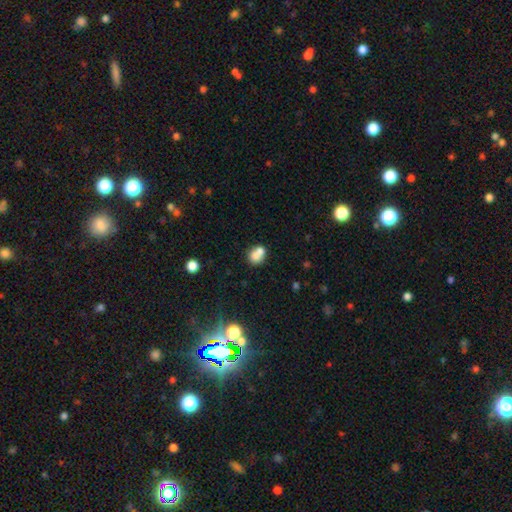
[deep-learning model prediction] Smooth or featured? Predicted: smooth (p=0.73). How rounded? Predicted: round (p=0.56). Merging? Predicted: merger (p=0.53).